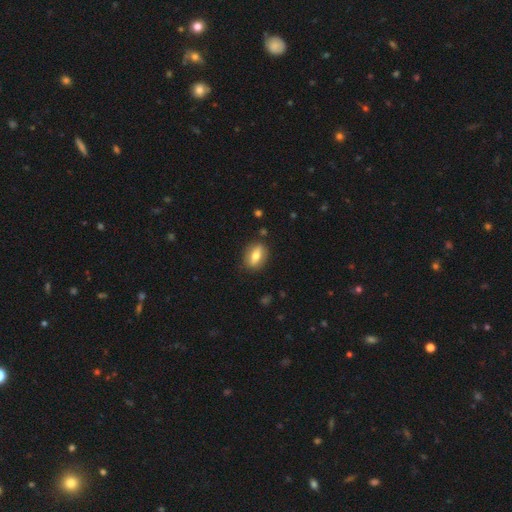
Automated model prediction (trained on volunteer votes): Smooth or featured?
  - smooth: 67% *
  - featured or disk: 26%
  - star or artifact: 7%
How rounded?
  - in between: 73% *
  - round: 20%
  - cigar-shaped: 7%
Merging?
  - none: 85% *
  - minor disturbance: 11%
  - major disturbance: 3%
  - merger: 2%